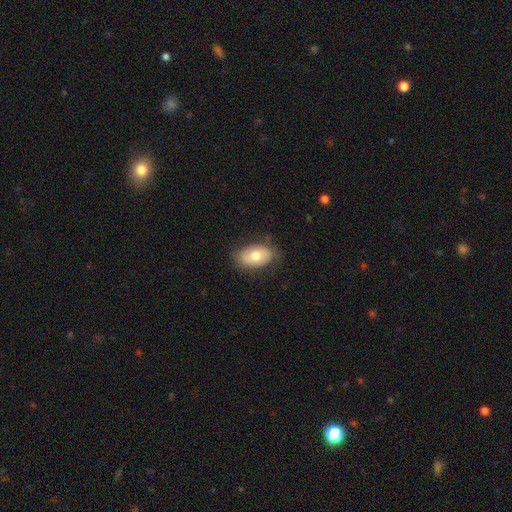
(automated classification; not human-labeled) This is likely a smooth galaxy (70%). How rounded: clearly in between (91%). Merging: likely none (78%).